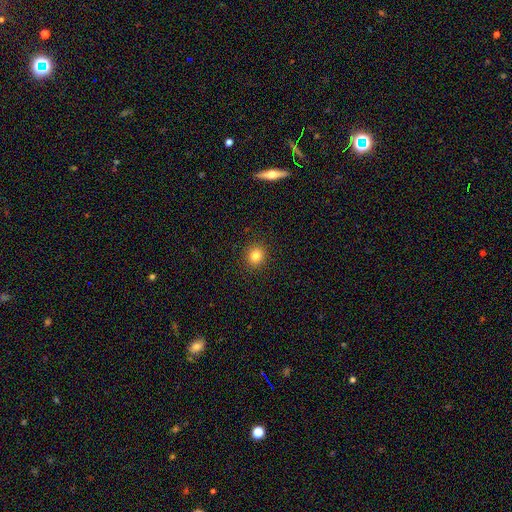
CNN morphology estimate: Smooth or featured? smooth (81%)
How rounded? round (87%)
Merging? none (91%)